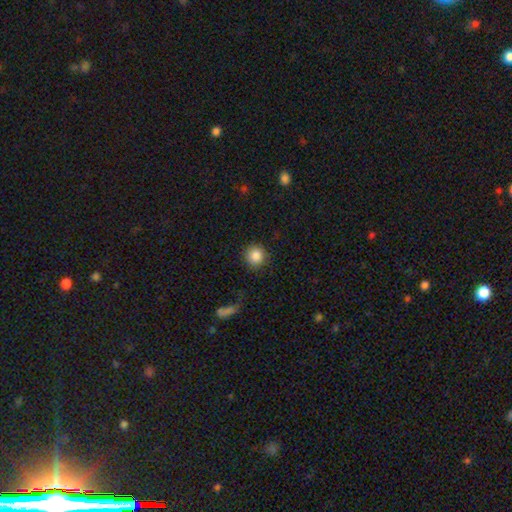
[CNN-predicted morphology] The model was most divided on "smooth or featured": smooth: 86%, star or artifact: 9%, featured or disk: 5%. More confident: how rounded — round (92%); merging — none (87%).